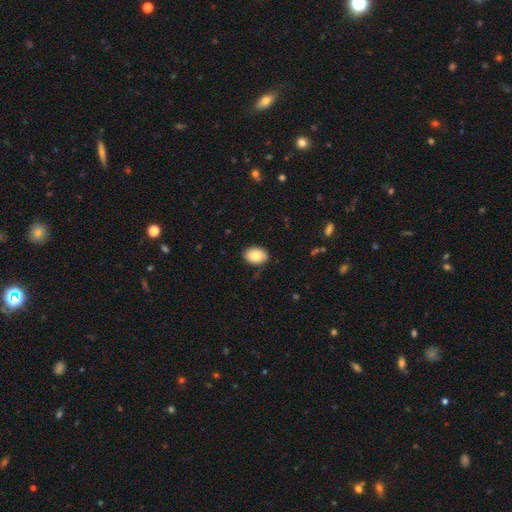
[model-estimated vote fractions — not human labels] This appears to be a smooth galaxy with no disk features (83%) that is in between round and cigar-shaped (76%). Merging: none (85%).